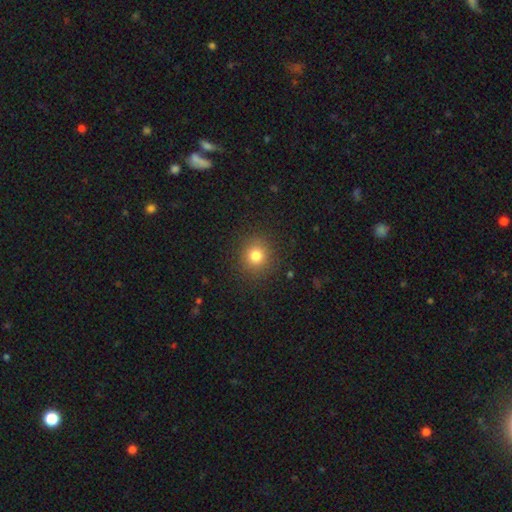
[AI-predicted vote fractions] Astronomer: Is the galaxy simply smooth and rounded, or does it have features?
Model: smooth — 80%.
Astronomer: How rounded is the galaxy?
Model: round — 89%.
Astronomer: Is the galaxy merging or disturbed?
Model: none — 89%.